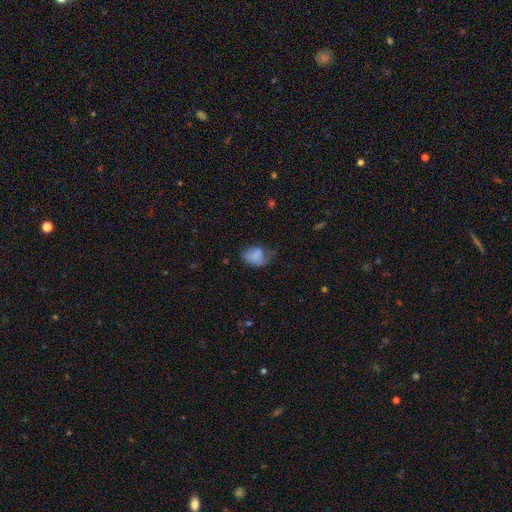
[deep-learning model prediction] The model was most divided on "merging": none: 40%, minor disturbance: 36%, major disturbance: 21%, merger: 3%. More confident: smooth or featured — smooth (76%); how rounded — in between (71%).